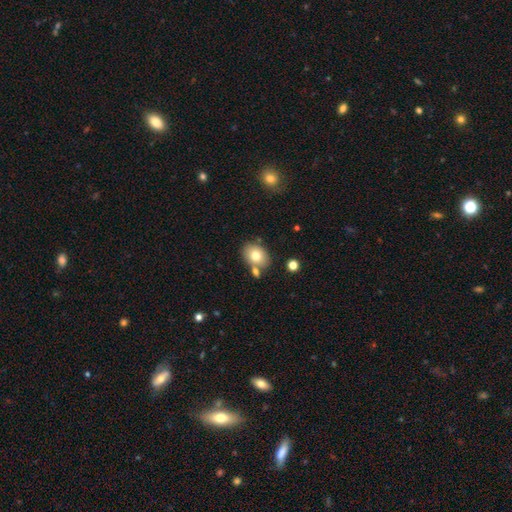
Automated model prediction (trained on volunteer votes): A smooth galaxy with no disk features (76%) that is in between round and cigar-shaped (63%).

Vote fractions:
- Smooth or featured? smooth: 76% / featured or disk: 14% / star or artifact: 10%
- How rounded? in between: 63% / round: 36% / cigar-shaped: 1%
- Merging? none: 69% / merger: 15% / minor disturbance: 13% / major disturbance: 3%